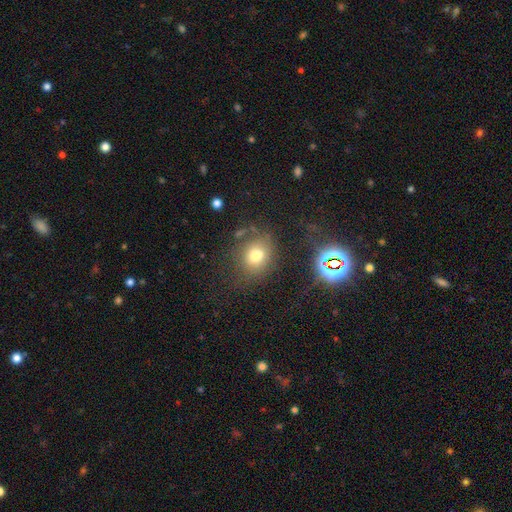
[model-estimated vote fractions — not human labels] Q: Smooth or featured?
A: smooth (72%); runner-up: star or artifact (16%)
Q: How rounded?
A: round (64%); runner-up: in between (35%)
Q: Merging?
A: none (66%); runner-up: minor disturbance (17%)